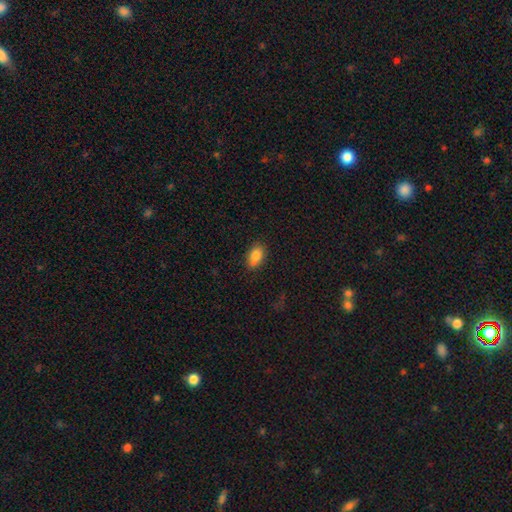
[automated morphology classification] Q: Smooth or featured?
A: smooth (85%); runner-up: star or artifact (8%)
Q: How rounded?
A: in between (90%); runner-up: round (7%)
Q: Merging?
A: none (83%); runner-up: minor disturbance (13%)